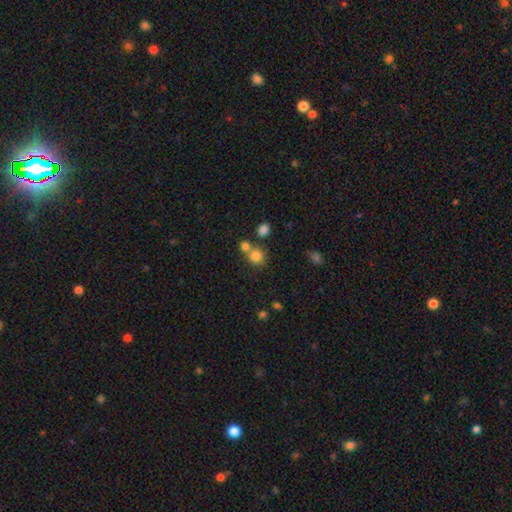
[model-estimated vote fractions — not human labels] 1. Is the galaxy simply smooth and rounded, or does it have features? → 78% smooth, 13% star or artifact, 8% featured or disk.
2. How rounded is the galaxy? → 87% round, 12% in between, 1% cigar-shaped.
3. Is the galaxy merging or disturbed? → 54% none, 35% merger, 7% minor disturbance, 3% major disturbance.